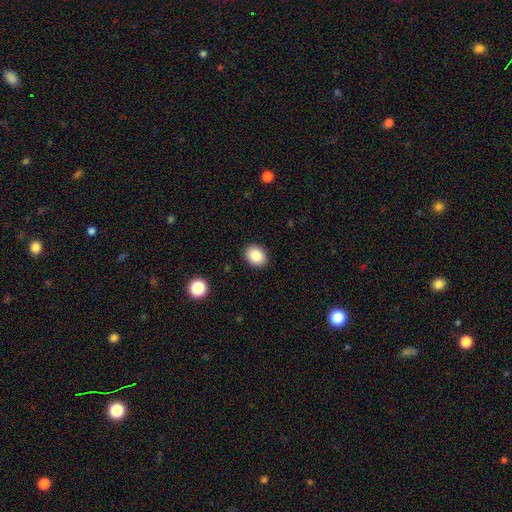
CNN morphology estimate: Smooth or featured?
  - smooth: 85% *
  - star or artifact: 9%
  - featured or disk: 5%
How rounded?
  - round: 52% *
  - in between: 48%
  - cigar-shaped: 1%
Merging?
  - none: 91% *
  - minor disturbance: 7%
  - major disturbance: 2%
  - merger: 1%